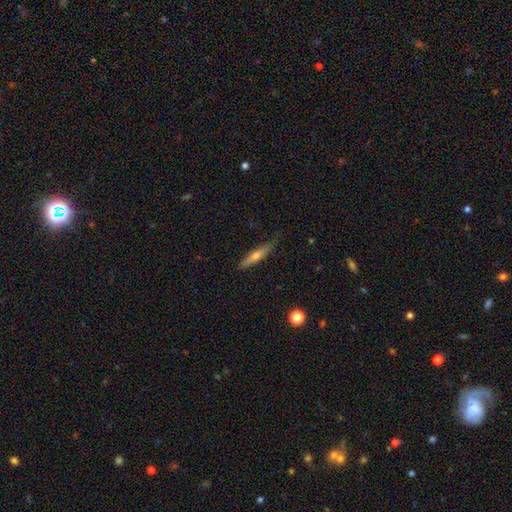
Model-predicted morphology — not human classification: Smooth or featured? smooth (52%)
How rounded? cigar-shaped (88%)
Merging? none (73%)